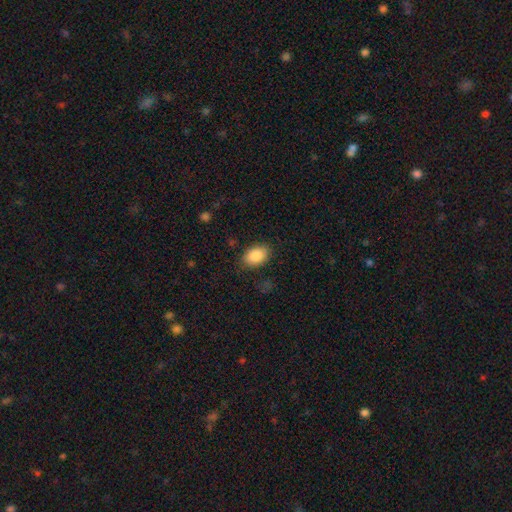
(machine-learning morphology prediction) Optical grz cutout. It shows a smooth galaxy with no disk features (87%) that is in between round and cigar-shaped (87%). Merging: none (82%).